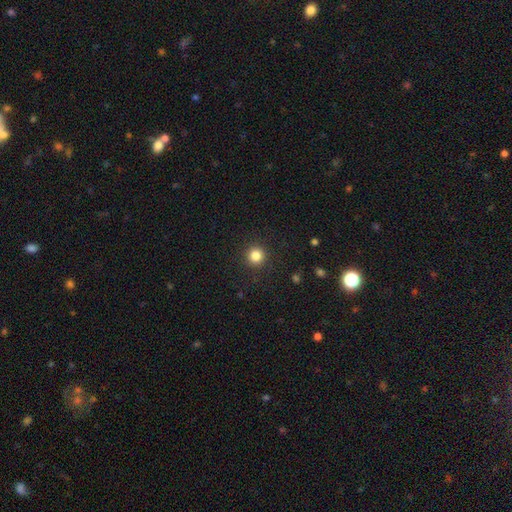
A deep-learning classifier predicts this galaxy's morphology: The model was most divided on "smooth or featured": smooth: 84%, star or artifact: 12%, featured or disk: 4%. More confident: how rounded — round (95%); merging — none (91%).